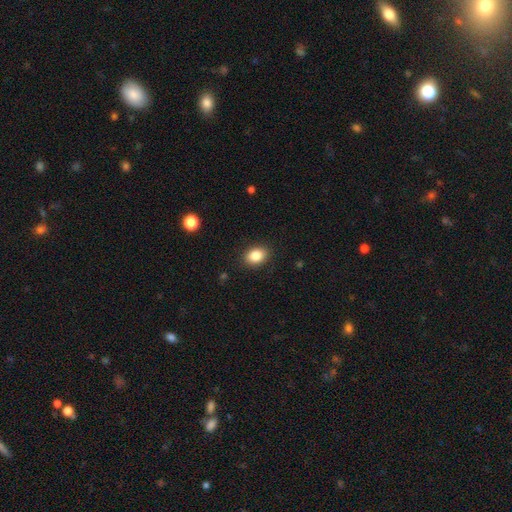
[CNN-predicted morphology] smooth-or-featured: smooth: 85% | star or artifact: 9% | featured or disk: 6%
  how-rounded: in between: 69% | round: 30% | cigar-shaped: 1%
  merging: none: 88% | minor disturbance: 8% | major disturbance: 2% | merger: 1%